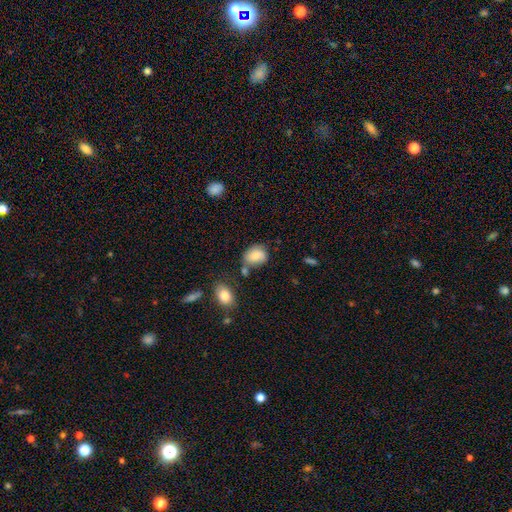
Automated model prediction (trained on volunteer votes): The model was most divided on "how rounded": in between: 55%, round: 44%, cigar-shaped: 1%. More confident: smooth or featured — smooth (77%); merging — none (58%).